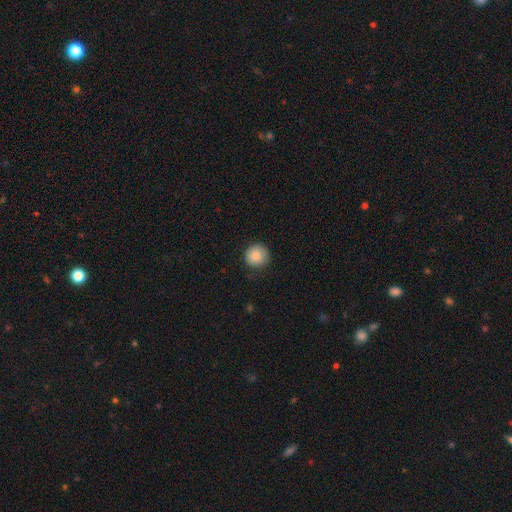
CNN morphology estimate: Q: Smooth or featured?
A: smooth (86%); runner-up: star or artifact (8%)
Q: How rounded?
A: round (94%); runner-up: in between (5%)
Q: Merging?
A: none (84%); runner-up: minor disturbance (12%)